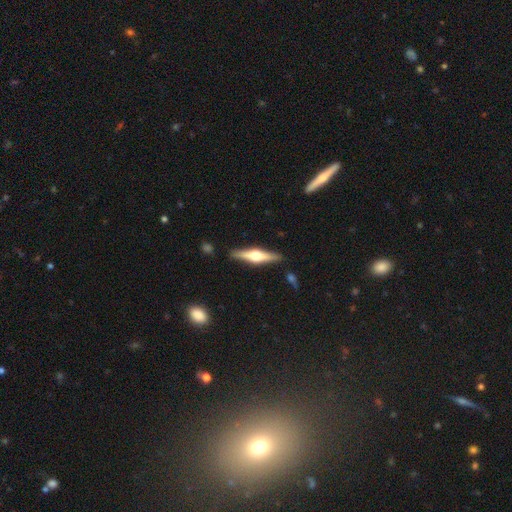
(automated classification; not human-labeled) Smooth or featured?
  - featured or disk: 69% *
  - smooth: 26%
  - star or artifact: 5%
Edge-on disk?
  - yes: 97% *
  - no: 3%
Edge-on bulge?
  - rounded: 93% *
  - boxy: 5%
  - none: 2%
Merging?
  - none: 89% *
  - minor disturbance: 8%
  - major disturbance: 2%
  - merger: 2%